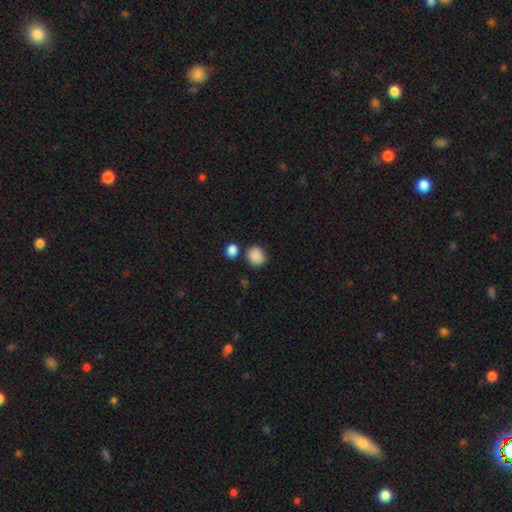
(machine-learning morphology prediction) Overall: smooth (88%). How rounded: round (73%). Merging: none (77%).